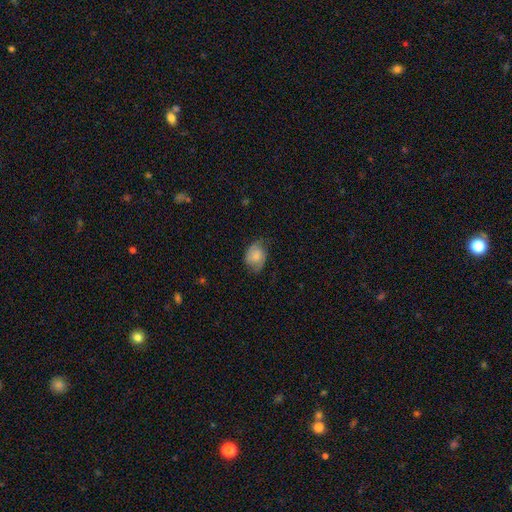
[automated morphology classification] Smooth or featured?
  - smooth: 53% *
  - featured or disk: 39%
  - star or artifact: 8%
How rounded?
  - in between: 61% *
  - round: 37%
  - cigar-shaped: 1%
Merging?
  - none: 62% *
  - minor disturbance: 27%
  - major disturbance: 10%
  - merger: 1%